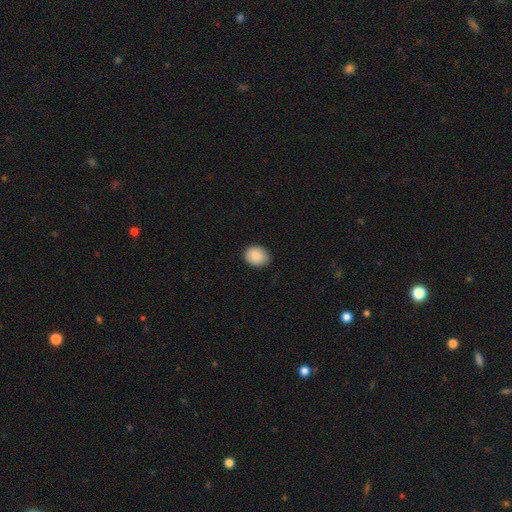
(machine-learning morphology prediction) A smooth galaxy with no disk features (88%) that is round (67%).

Vote fractions:
- Smooth or featured? smooth: 88% / star or artifact: 8% / featured or disk: 4%
- How rounded? round: 67% / in between: 33% / cigar-shaped: 1%
- Merging? none: 83% / minor disturbance: 14% / major disturbance: 2% / merger: 1%